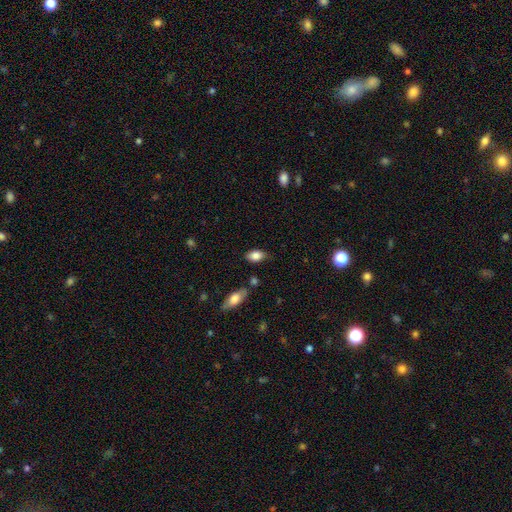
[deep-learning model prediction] Overall: smooth (82%). How rounded: in between (89%). Merging: none (71%).